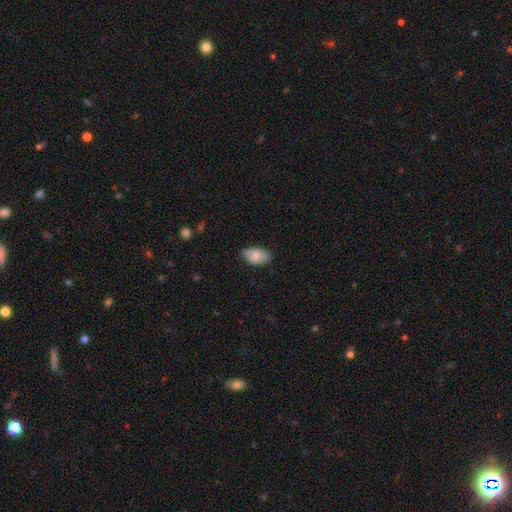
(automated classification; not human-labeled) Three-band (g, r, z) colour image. It shows a smooth galaxy with no disk features (80%) that is in between round and cigar-shaped (93%). Merging: none (73%).